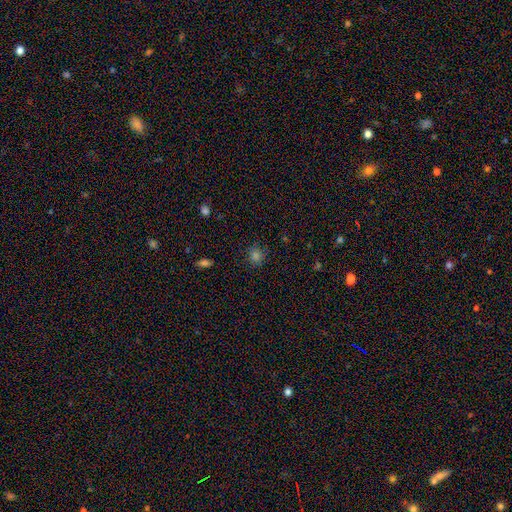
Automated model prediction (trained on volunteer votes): This is likely a smooth galaxy (75%). How rounded: likely round (78%). Merging: clearly none (84%).